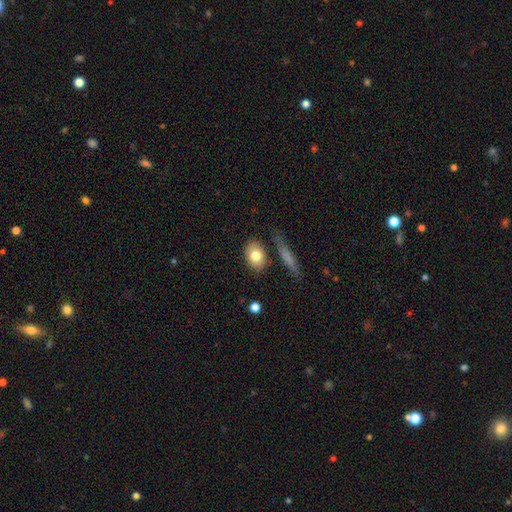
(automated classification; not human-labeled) smooth-or-featured: smooth: 77% | featured or disk: 15% | star or artifact: 8%
  how-rounded: in between: 70% | round: 27% | cigar-shaped: 3%
  merging: none: 76% | minor disturbance: 14% | merger: 7% | major disturbance: 4%